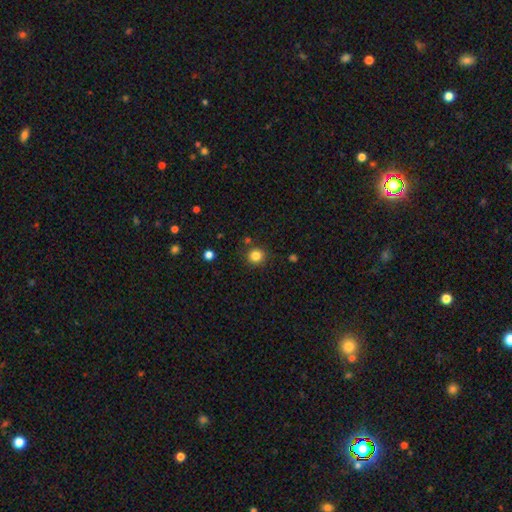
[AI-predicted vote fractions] This is clearly a smooth galaxy (83%). How rounded: clearly round (92%). Merging: clearly none (86%).